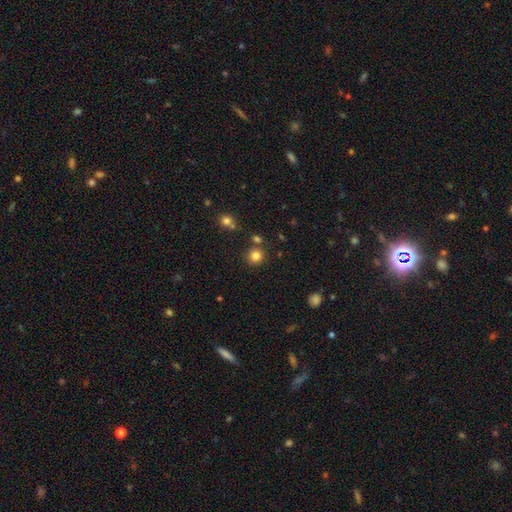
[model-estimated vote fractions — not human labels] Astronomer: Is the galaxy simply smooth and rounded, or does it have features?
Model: smooth — 82%.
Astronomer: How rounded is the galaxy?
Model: round — 92%.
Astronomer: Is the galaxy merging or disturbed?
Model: none — 80%.